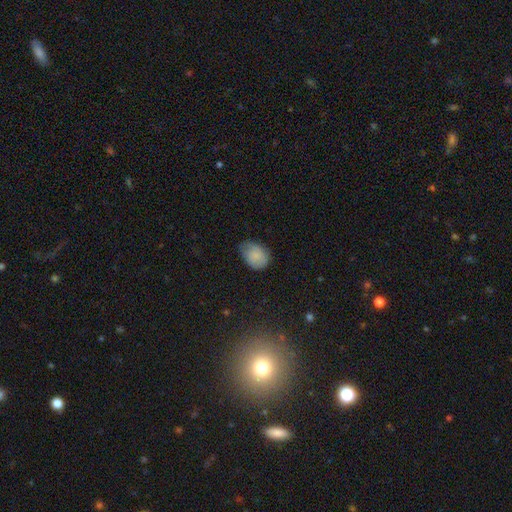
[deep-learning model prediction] Smooth or featured?
  - smooth: 81% *
  - featured or disk: 11%
  - star or artifact: 9%
How rounded?
  - in between: 66% *
  - round: 33%
  - cigar-shaped: 1%
Merging?
  - none: 50% *
  - minor disturbance: 39%
  - major disturbance: 10%
  - merger: 1%